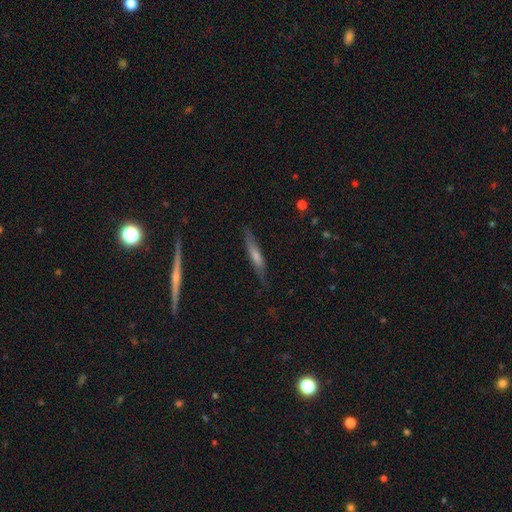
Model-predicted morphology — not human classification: This is possibly a featured or disk galaxy (53%). It is clearly viewed edge-on (90%). Merging: clearly none (80%).